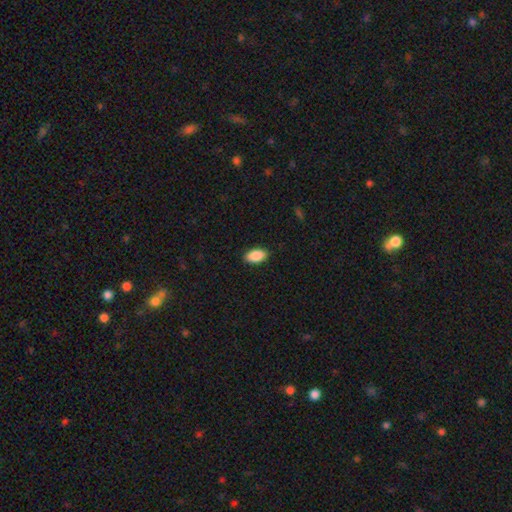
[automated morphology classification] Smooth or featured: smooth — 89% (star or artifact — 7%)
How rounded: in between — 94% (round — 3%)
Merging: none — 90% (minor disturbance — 8%)